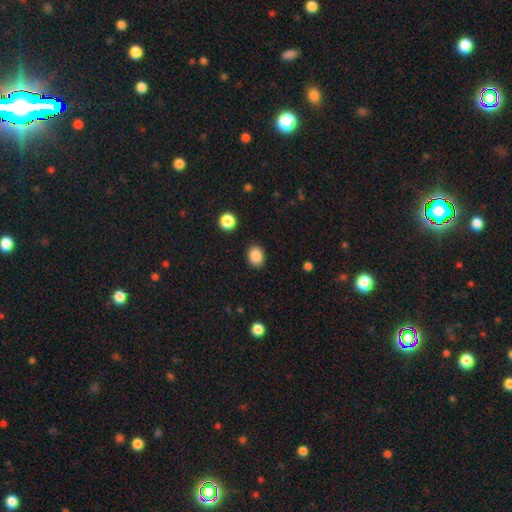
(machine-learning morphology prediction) This is clearly a smooth galaxy (87%). How rounded: possibly in between (56%). Merging: clearly none (88%).